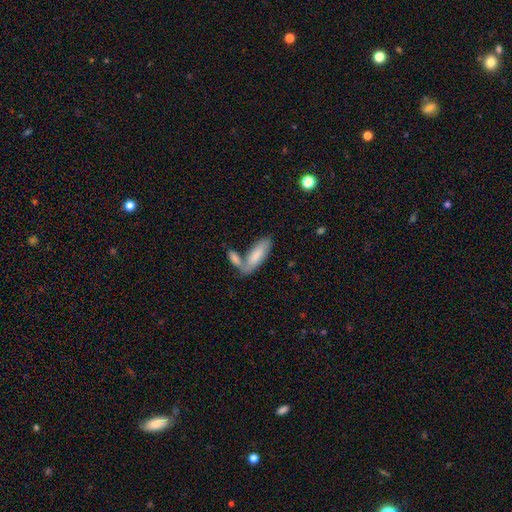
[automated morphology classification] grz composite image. It shows a smooth galaxy with no disk features (74%) that is in between round and cigar-shaped (65%). Merging: merger (47%).